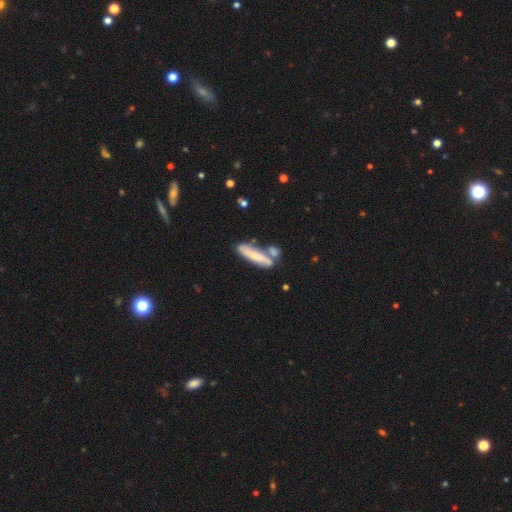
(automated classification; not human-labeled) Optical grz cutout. It shows a smooth galaxy with no disk features (59%) that is cigar-shaped (75%). Merging: none (50%).